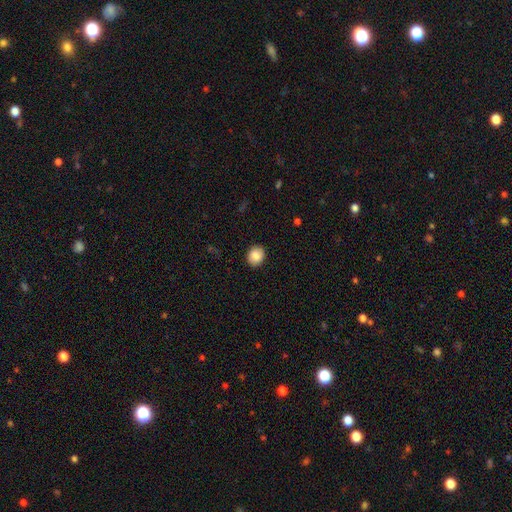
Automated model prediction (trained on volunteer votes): Smooth or featured?
  - smooth: 86% *
  - star or artifact: 8%
  - featured or disk: 6%
How rounded?
  - round: 69% *
  - in between: 30%
  - cigar-shaped: 1%
Merging?
  - none: 90% *
  - minor disturbance: 7%
  - major disturbance: 2%
  - merger: 1%